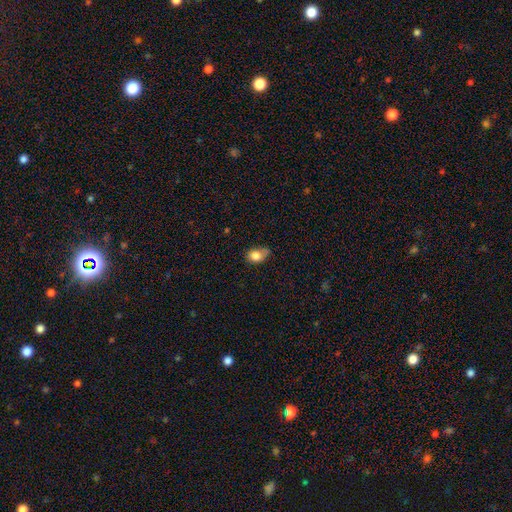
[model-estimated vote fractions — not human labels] Smooth or featured? smooth (81%)
How rounded? in between (59%)
Merging? none (41%)